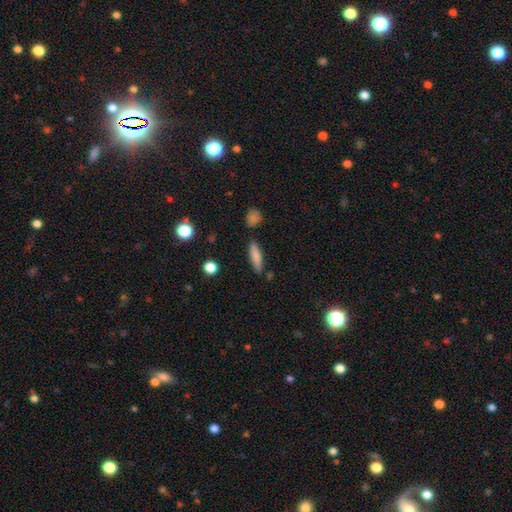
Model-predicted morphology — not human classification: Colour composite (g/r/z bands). It shows a smooth galaxy with no disk features (79%) that is cigar-shaped (73%). Merging: none (81%).